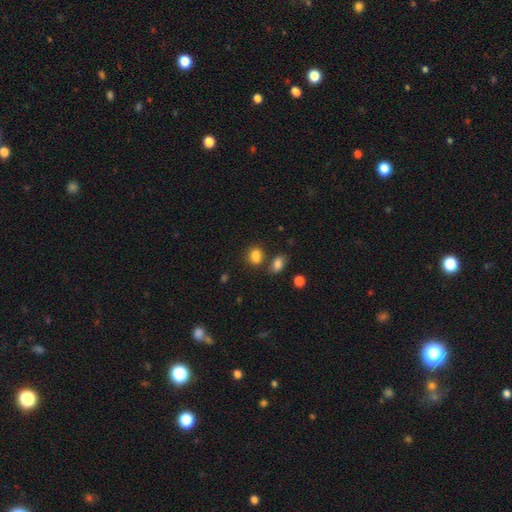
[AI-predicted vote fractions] A smooth galaxy with no disk features (84%) that is in between round and cigar-shaped (64%).

Vote fractions:
- Smooth or featured? smooth: 84% / star or artifact: 11% / featured or disk: 5%
- How rounded? in between: 64% / round: 34% / cigar-shaped: 2%
- Merging? none: 63% / merger: 18% / minor disturbance: 14% / major disturbance: 4%